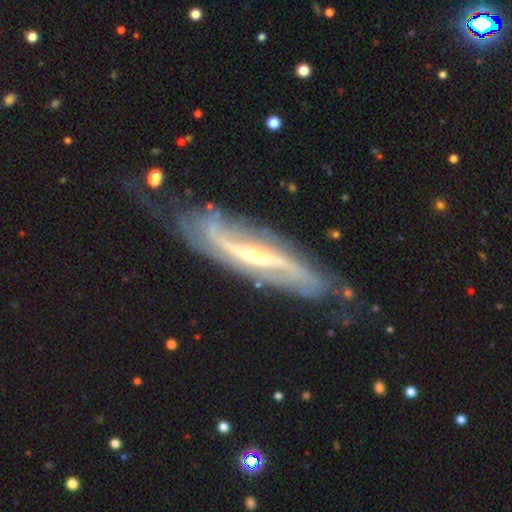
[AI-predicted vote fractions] Smooth or featured: featured or disk — 88% (smooth — 6%)
Edge-on disk: no — 78% (yes — 22%)
Bar: strong — 46% (weak — 35%)
Spiral arms: yes — 96% (no — 4%)
Spiral winding: loose — 48% (medium — 35%)
Spiral arm count: 2 — 84% (can't tell — 8%)
Bulge size: small — 54% (moderate — 38%)
Merging: none — 69% (minor disturbance — 20%)